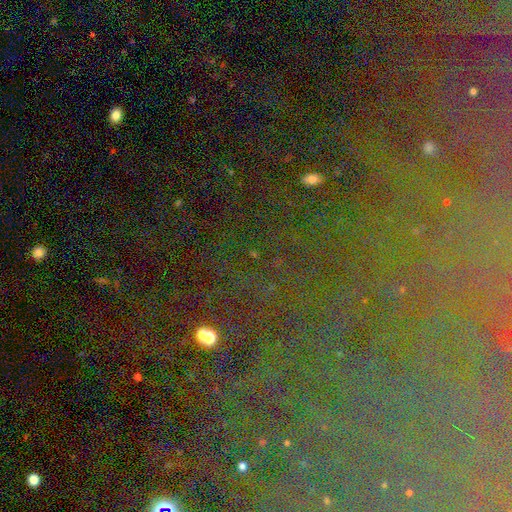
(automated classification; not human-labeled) Smooth or featured?
  - star or artifact: 74% *
  - featured or disk: 14%
  - smooth: 12%